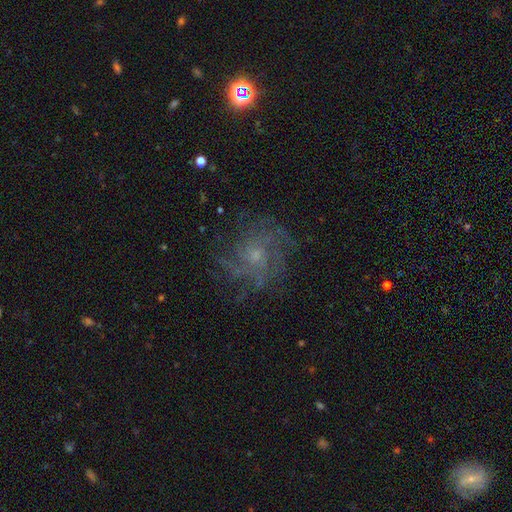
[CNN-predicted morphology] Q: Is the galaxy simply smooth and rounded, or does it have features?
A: featured or disk — 70%.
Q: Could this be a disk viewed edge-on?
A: no — 97%.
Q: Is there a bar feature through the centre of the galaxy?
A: no — 79%.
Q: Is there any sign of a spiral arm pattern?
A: yes — 90%.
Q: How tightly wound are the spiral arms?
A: medium — 41%.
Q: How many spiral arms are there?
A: can't tell — 31%.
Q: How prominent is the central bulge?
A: small — 61%.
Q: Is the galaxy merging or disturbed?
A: none — 73%.